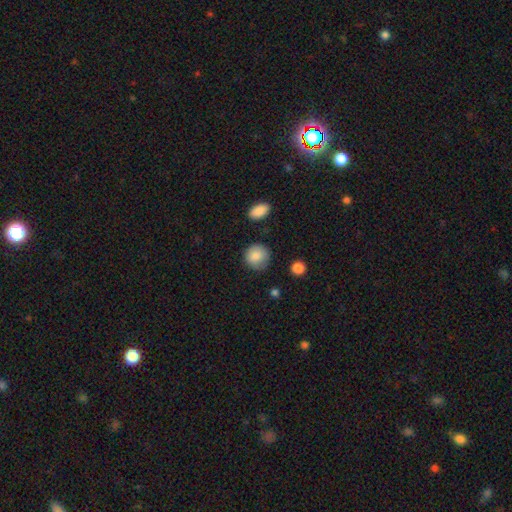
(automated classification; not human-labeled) Smooth or featured? Predicted: smooth (p=0.86). How rounded? Predicted: round (p=0.88). Merging? Predicted: none (p=0.78).